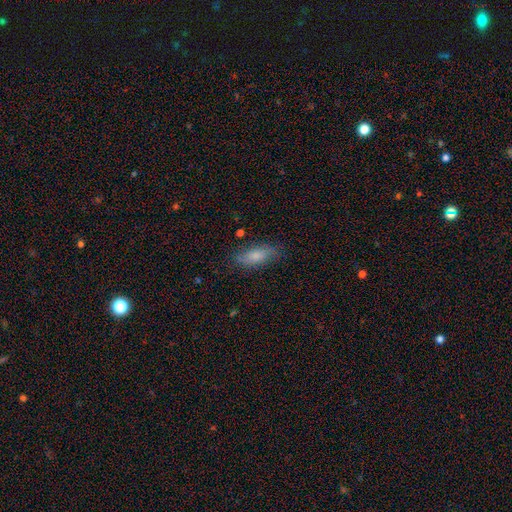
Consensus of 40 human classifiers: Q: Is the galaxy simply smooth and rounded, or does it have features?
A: smooth — 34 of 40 (85%).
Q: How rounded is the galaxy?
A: in between — 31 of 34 (91%).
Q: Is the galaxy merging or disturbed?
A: none — 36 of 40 (90%).